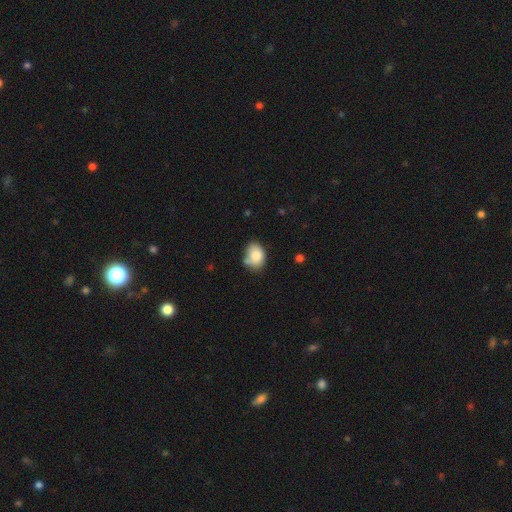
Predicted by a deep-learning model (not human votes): The model was most divided on "merging": none: 60%, minor disturbance: 23%, merger: 11%, major disturbance: 5%. More confident: smooth or featured — smooth (82%); how rounded — in between (69%).